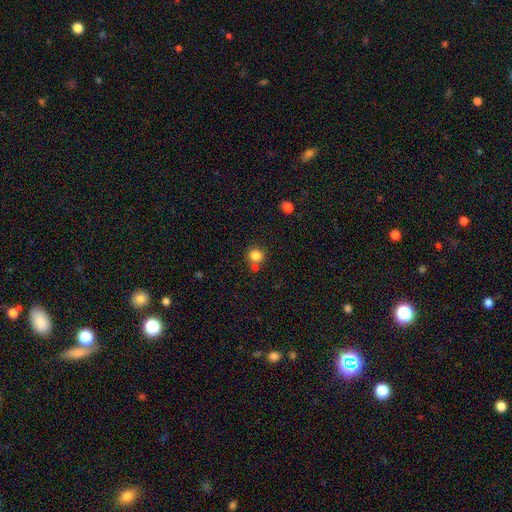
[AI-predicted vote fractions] The model was most divided on "merging": none: 67%, merger: 19%, minor disturbance: 11%, major disturbance: 3%. More confident: how rounded — round (90%); smooth or featured — smooth (83%).